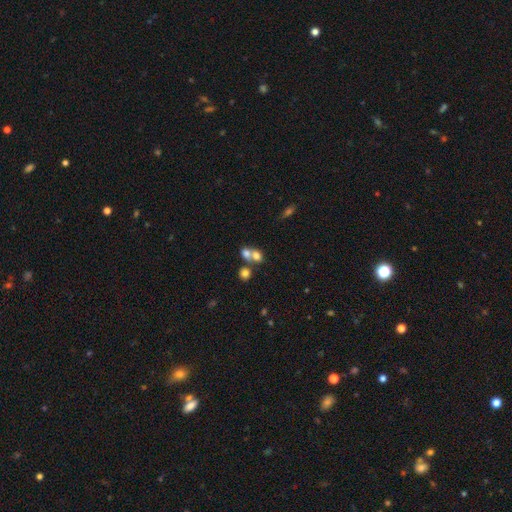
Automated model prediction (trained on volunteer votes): smooth_or_featured: smooth (p=0.70) [alt: featured or disk p=0.17]
how_rounded: round (p=0.61) [alt: in between p=0.38]
merging: merger (p=0.60) [alt: none p=0.29]